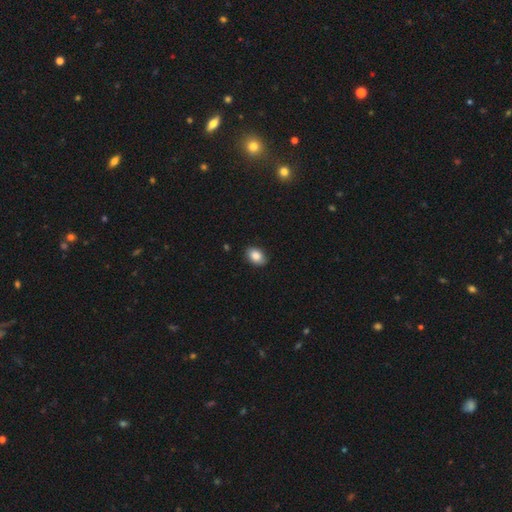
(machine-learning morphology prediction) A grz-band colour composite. It shows a smooth galaxy with no disk features (86%) that is in between round and cigar-shaped (83%). Merging: none (86%).